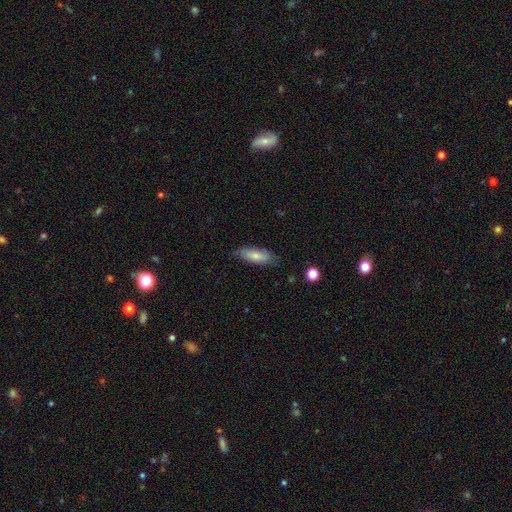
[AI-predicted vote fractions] Smooth or featured? Predicted: smooth (p=0.76). How rounded? Predicted: in between (p=0.69). Merging? Predicted: none (p=0.74).